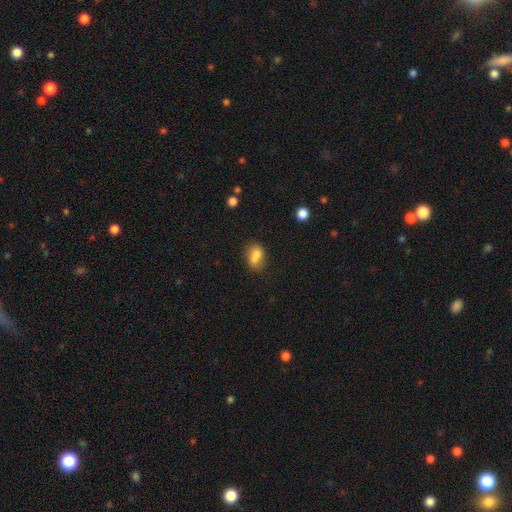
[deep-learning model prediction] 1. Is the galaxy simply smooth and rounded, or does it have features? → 75% smooth, 14% featured or disk, 10% star or artifact.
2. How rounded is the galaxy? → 70% in between, 27% round, 2% cigar-shaped.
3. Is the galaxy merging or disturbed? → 41% merger, 39% none, 15% minor disturbance, 6% major disturbance.